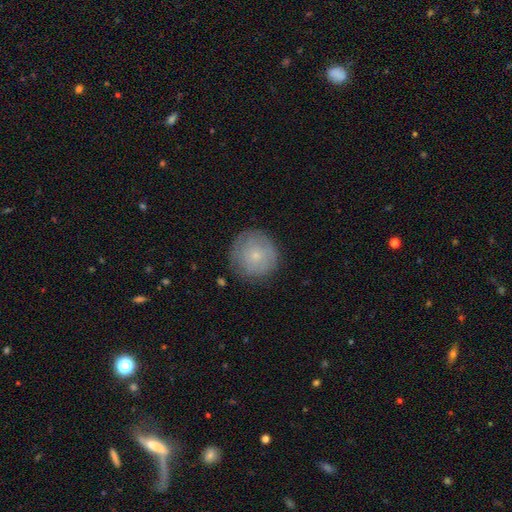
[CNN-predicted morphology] type=smooth (49%); merging=none (82%).